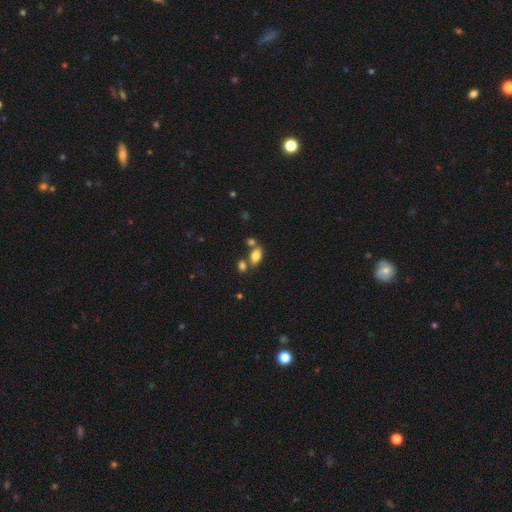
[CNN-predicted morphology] The model was most divided on "merging": none: 59%, merger: 24%, minor disturbance: 13%, major disturbance: 4%. More confident: how rounded — in between (87%); smooth or featured — smooth (76%).